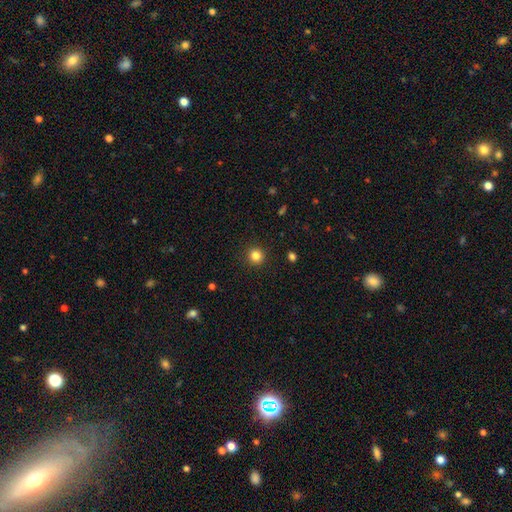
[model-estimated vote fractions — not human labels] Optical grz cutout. It shows a smooth galaxy with no disk features (83%) that is round (95%). Merging: none (92%).